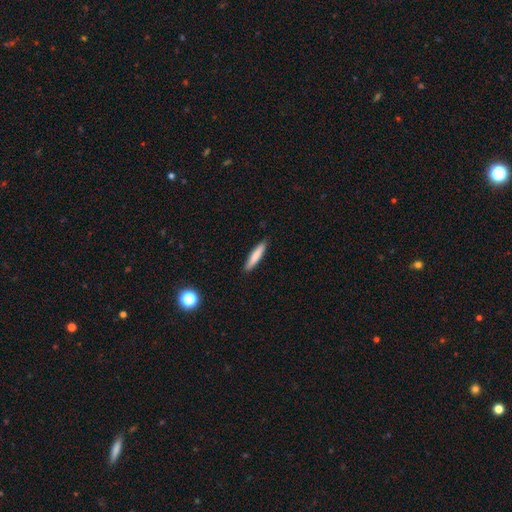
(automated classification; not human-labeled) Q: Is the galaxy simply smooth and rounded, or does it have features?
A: smooth — 80%.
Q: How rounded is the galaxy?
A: cigar-shaped — 88%.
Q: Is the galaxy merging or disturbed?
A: none — 90%.